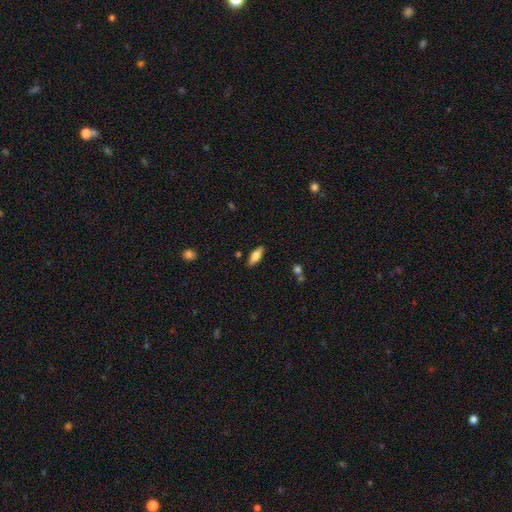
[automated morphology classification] smooth-or-featured: smooth: 66% | featured or disk: 27% | star or artifact: 7%
  how-rounded: in between: 66% | cigar-shaped: 31% | round: 2%
  merging: none: 87% | minor disturbance: 9% | major disturbance: 2% | merger: 2%